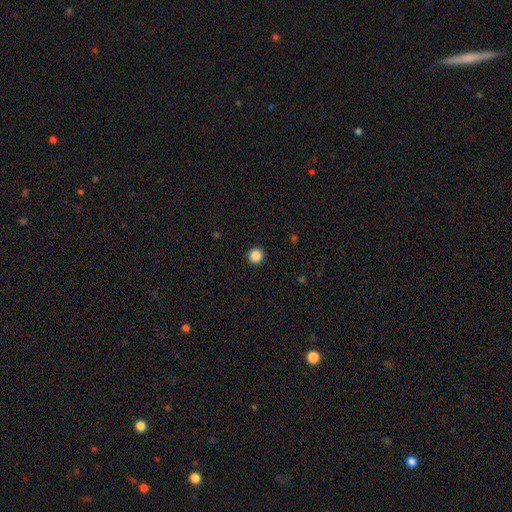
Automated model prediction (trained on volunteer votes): A smooth galaxy with no disk features (86%) that is round (95%). Merging: none (93%).